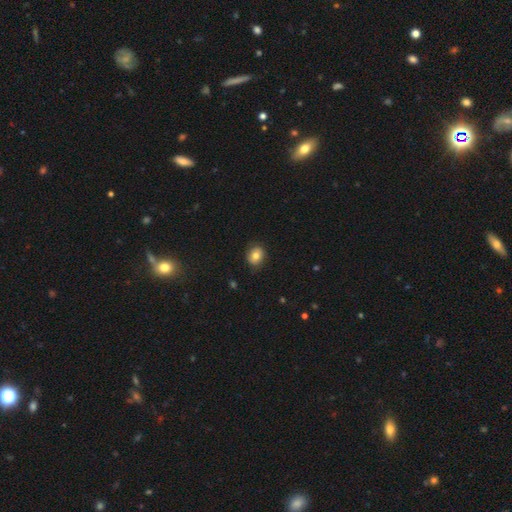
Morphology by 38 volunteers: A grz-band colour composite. It shows a smooth galaxy with no disk features (79%) that is round (63%). Merging: none (75%).